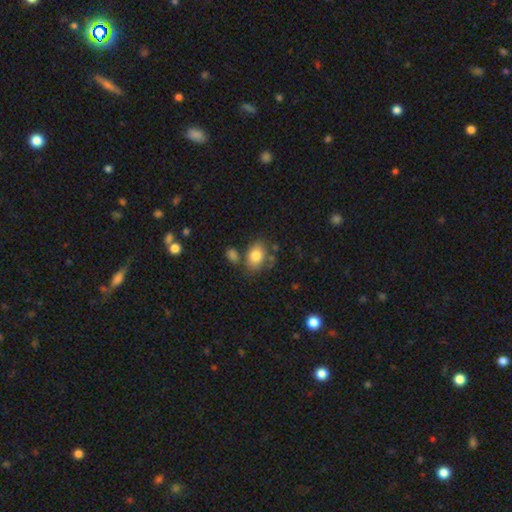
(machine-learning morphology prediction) Smooth or featured: smooth — 80% (featured or disk — 12%)
How rounded: in between — 76% (round — 23%)
Merging: none — 63% (minor disturbance — 17%)